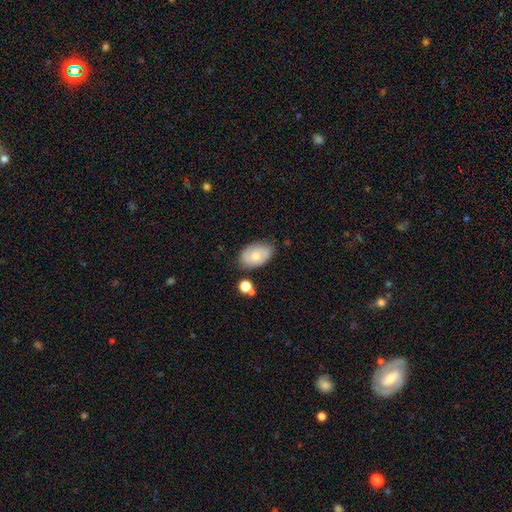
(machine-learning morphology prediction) Q: Smooth or featured?
A: smooth (64%); runner-up: featured or disk (28%)
Q: How rounded?
A: in between (90%); runner-up: round (8%)
Q: Merging?
A: none (71%); runner-up: minor disturbance (20%)